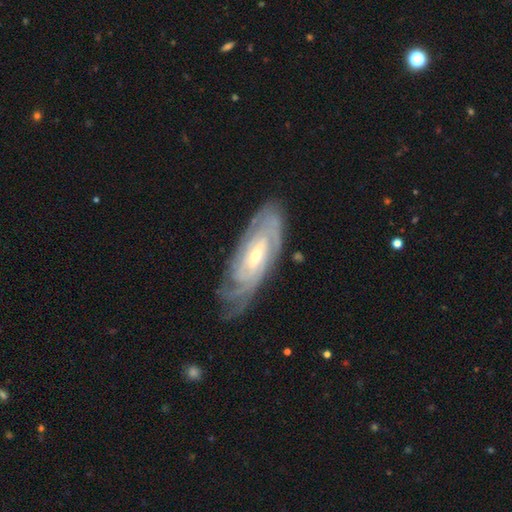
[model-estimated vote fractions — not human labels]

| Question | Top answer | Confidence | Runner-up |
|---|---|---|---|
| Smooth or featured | featured or disk | 87% | smooth (8%) |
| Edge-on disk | no | 91% | yes (9%) |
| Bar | no | 43% | weak (40%) |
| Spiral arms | yes | 96% | no (4%) |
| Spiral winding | tight | 78% | medium (18%) |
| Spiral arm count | can't tell | 38% | 4 (18%) |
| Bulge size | small | 59% | moderate (37%) |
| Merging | none | 73% | minor disturbance (19%) |